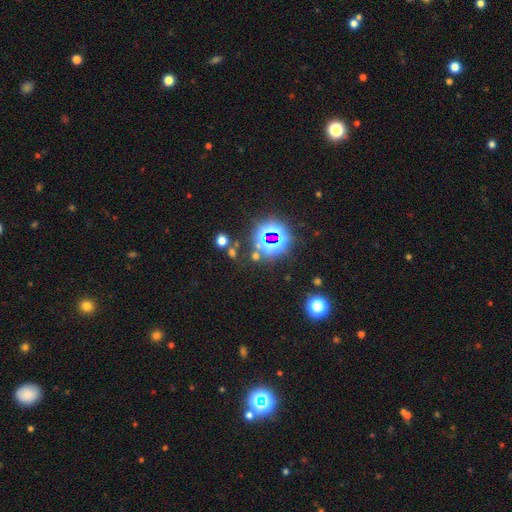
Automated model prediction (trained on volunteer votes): This is likely a star or artifact rather than a galaxy (62%).